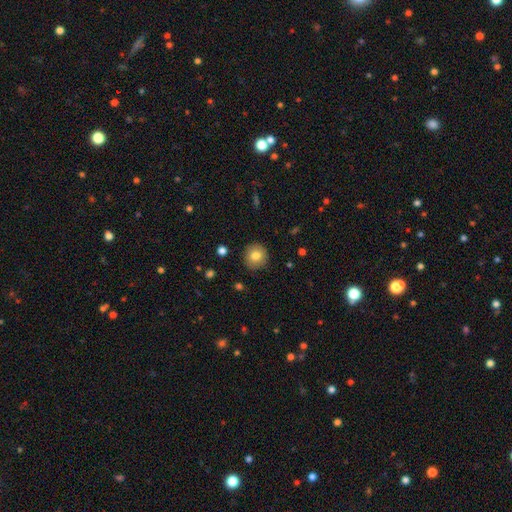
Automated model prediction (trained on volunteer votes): This appears to be a smooth galaxy with no disk features (81%) that is round (92%). Merging: none (90%).